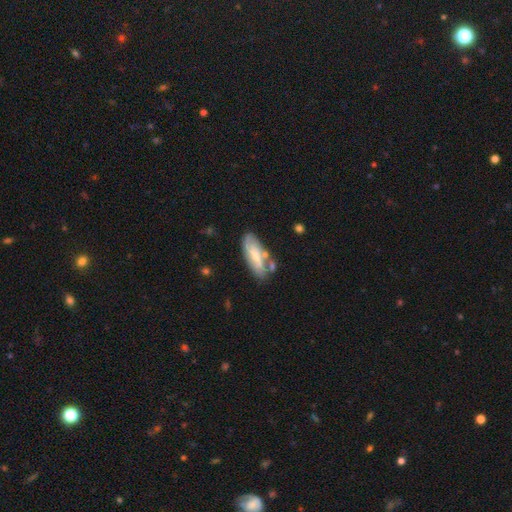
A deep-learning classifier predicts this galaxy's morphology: A smooth galaxy with no disk features (58%) that is in between round and cigar-shaped (73%). Merging: none (58%).